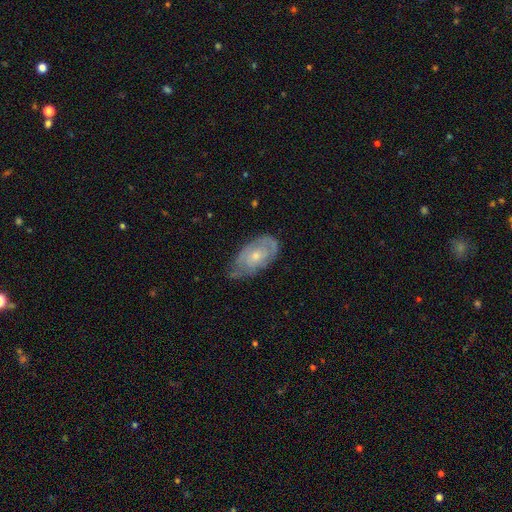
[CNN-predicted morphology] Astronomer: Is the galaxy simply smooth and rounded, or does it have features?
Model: featured or disk — 61%.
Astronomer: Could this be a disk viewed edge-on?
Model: no — 93%.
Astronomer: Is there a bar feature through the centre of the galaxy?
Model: no — 80%.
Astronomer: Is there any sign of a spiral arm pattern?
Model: yes — 71%.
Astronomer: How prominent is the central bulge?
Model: small — 54% (runner-up: moderate, 41%).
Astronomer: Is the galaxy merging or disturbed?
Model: none — 53% (runner-up: minor disturbance, 35%).